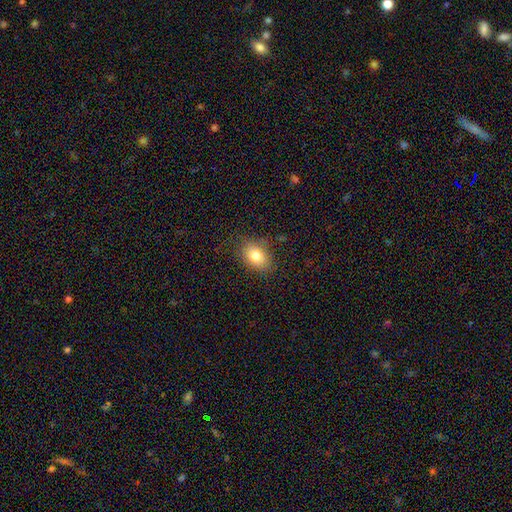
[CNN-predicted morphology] Smooth or featured: smooth — 82% (featured or disk — 9%)
How rounded: in between — 81% (round — 18%)
Merging: none — 77% (minor disturbance — 17%)